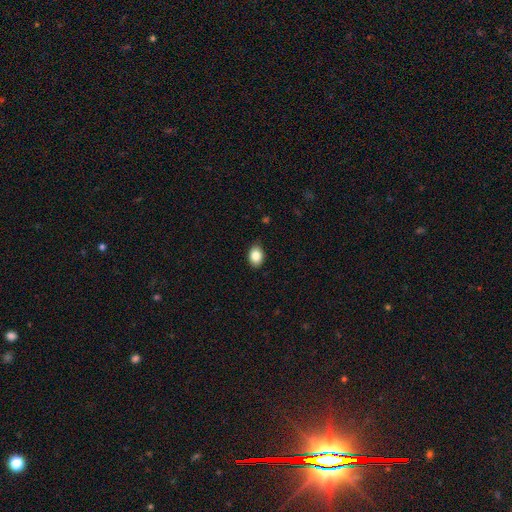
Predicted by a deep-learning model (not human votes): Smooth or featured? Predicted: smooth (p=0.85). How rounded? Predicted: in between (p=0.75). Merging? Predicted: none (p=0.83).